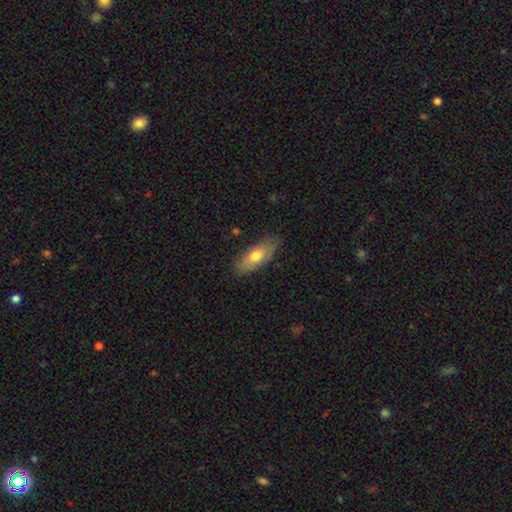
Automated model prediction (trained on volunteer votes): Smooth or featured? Predicted: smooth (p=0.69). How rounded? Predicted: in between (p=0.78). Merging? Predicted: none (p=0.75).